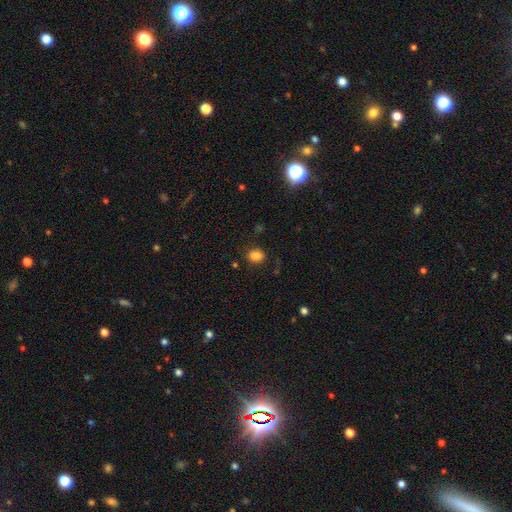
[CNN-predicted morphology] smooth 85%, star or artifact 11%, featured or disk 4%. Down the decision tree: how rounded — in between (56%); merging — none (81%).